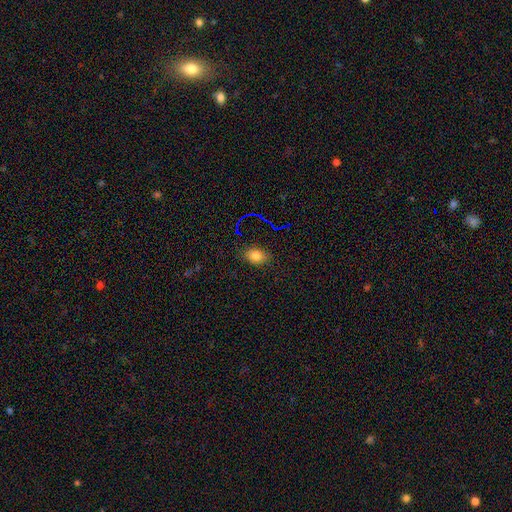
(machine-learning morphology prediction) Smooth or featured?
  - smooth: 76% *
  - star or artifact: 16%
  - featured or disk: 8%
How rounded?
  - in between: 77% *
  - round: 21%
  - cigar-shaped: 2%
Merging?
  - none: 82% *
  - minor disturbance: 13%
  - major disturbance: 3%
  - merger: 1%